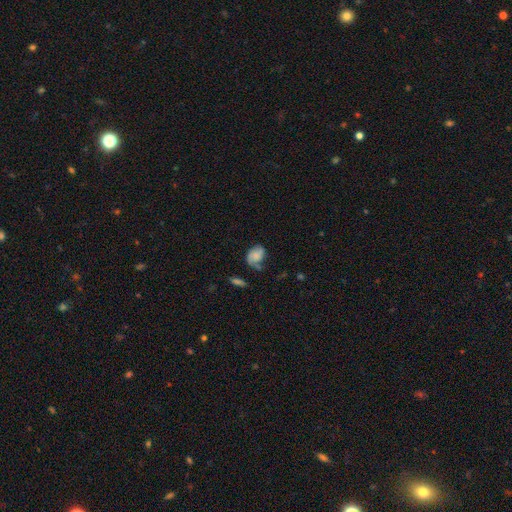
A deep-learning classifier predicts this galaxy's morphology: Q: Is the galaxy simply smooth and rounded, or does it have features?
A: smooth — 60%.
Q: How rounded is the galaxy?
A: in between — 74%.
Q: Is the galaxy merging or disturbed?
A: none — 41%.